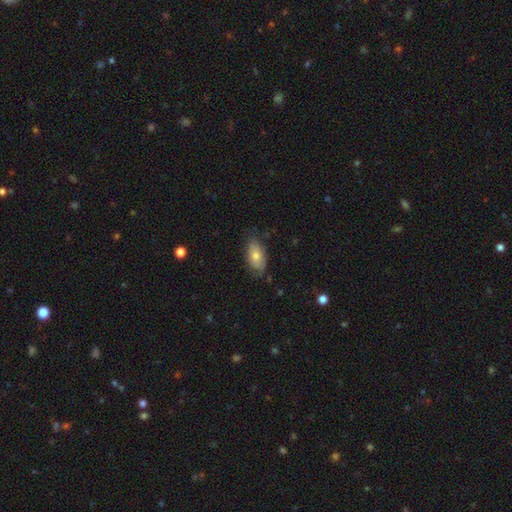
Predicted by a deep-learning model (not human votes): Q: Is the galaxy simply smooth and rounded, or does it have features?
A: smooth — 69%.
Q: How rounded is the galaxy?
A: in between — 92%.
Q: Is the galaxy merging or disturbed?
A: none — 68%.